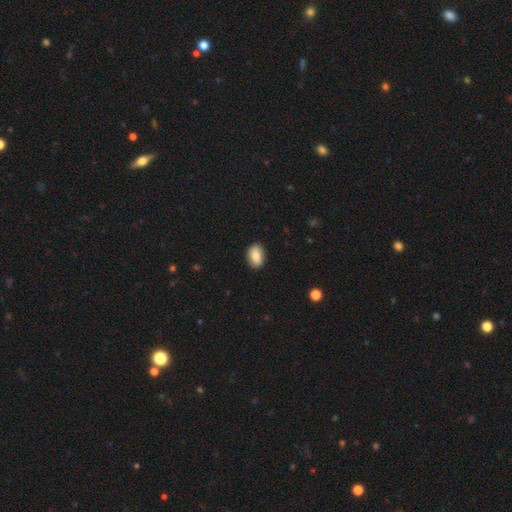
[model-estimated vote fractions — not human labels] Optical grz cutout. It shows a smooth galaxy with no disk features (86%) that is in between round and cigar-shaped (88%). Merging: none (88%).